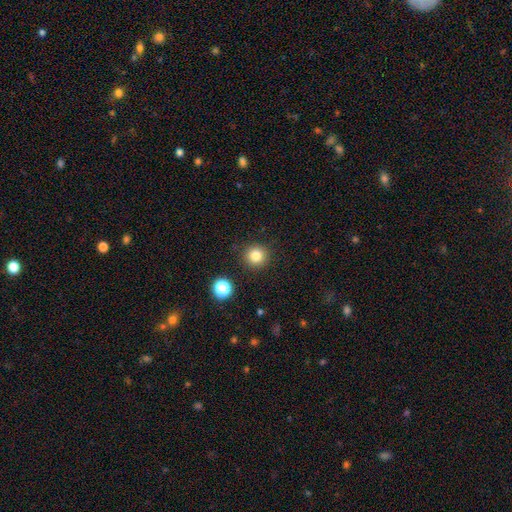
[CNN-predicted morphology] The model was most divided on "smooth or featured": smooth: 81%, star or artifact: 13%, featured or disk: 6%. More confident: how rounded — round (94%); merging — none (90%).